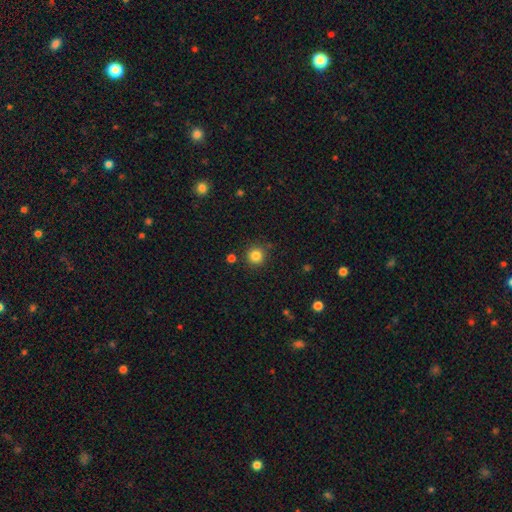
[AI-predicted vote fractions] The model was most divided on "smooth or featured": smooth: 84%, star or artifact: 12%, featured or disk: 5%. More confident: how rounded — round (94%); merging — none (86%).